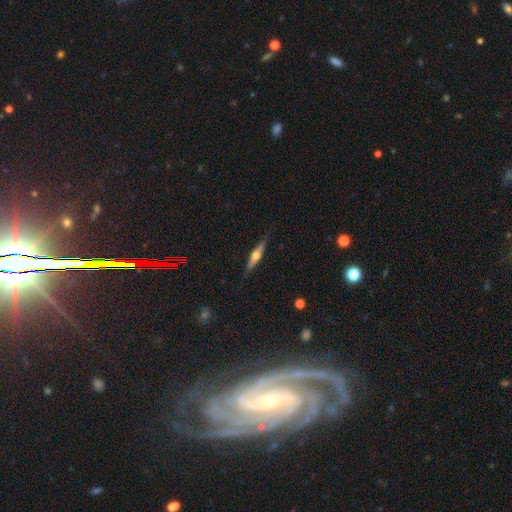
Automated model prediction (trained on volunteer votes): Overall: featured or disk (68%). Edge-on disk: yes (96%). Edge-on bulge: rounded (92%). Merging: none (85%).